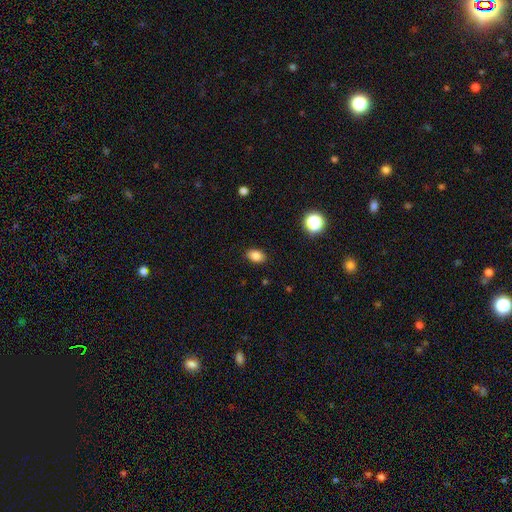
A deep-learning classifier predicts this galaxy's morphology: This appears to be a smooth galaxy with no disk features (85%) that is in between round and cigar-shaped (81%). Merging: none (88%).